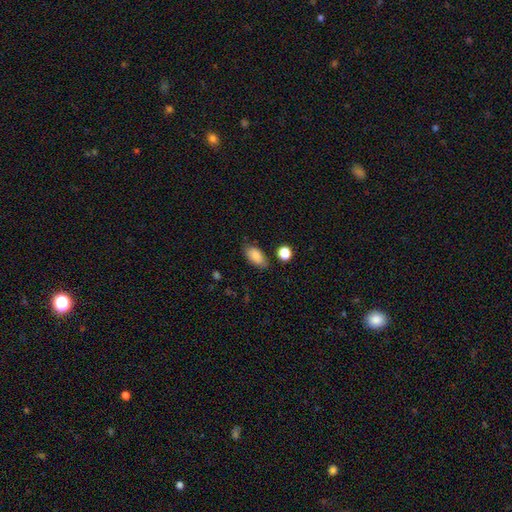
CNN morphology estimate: Smooth or featured?
  - smooth: 86% *
  - star or artifact: 8%
  - featured or disk: 6%
How rounded?
  - in between: 92% *
  - round: 5%
  - cigar-shaped: 3%
Merging?
  - none: 79% *
  - minor disturbance: 14%
  - major disturbance: 4%
  - merger: 3%